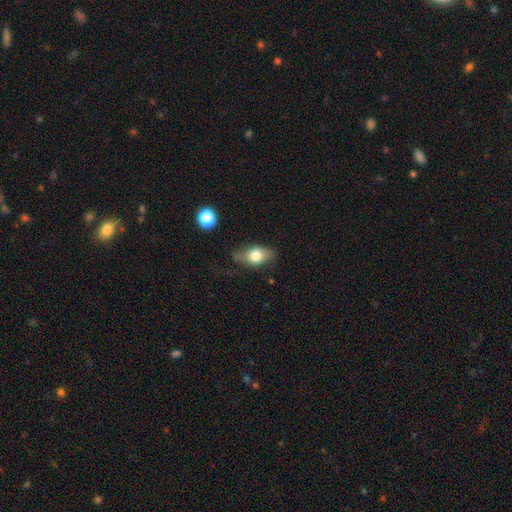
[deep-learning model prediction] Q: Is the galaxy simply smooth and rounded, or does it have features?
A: smooth — 69%.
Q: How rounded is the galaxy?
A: in between — 79%.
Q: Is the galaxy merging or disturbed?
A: none — 61%.